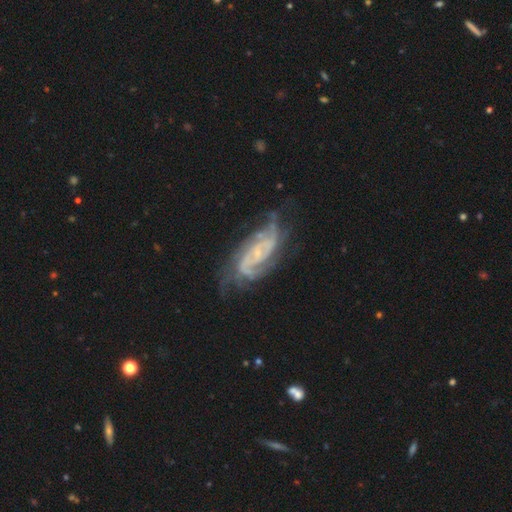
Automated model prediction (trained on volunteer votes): A featured or disk galaxy (82%) with no bar (48%), 2 (35%) medium (42%, tied with tight) spiral arms (96%) and a small central bulge (65%). Merging: none (71%).